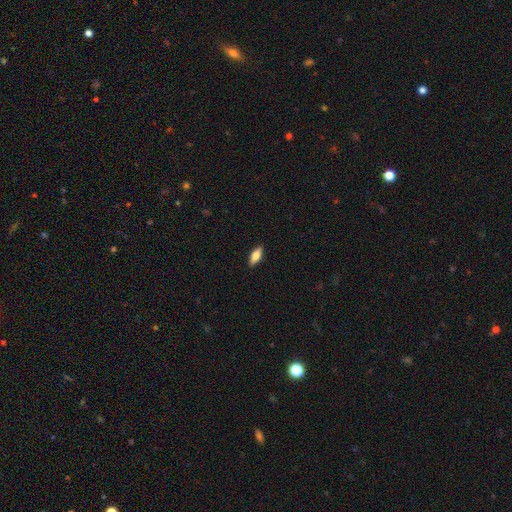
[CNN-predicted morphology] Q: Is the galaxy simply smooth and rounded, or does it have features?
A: smooth — 70%.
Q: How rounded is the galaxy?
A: in between — 75%.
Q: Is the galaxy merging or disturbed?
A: none — 89%.